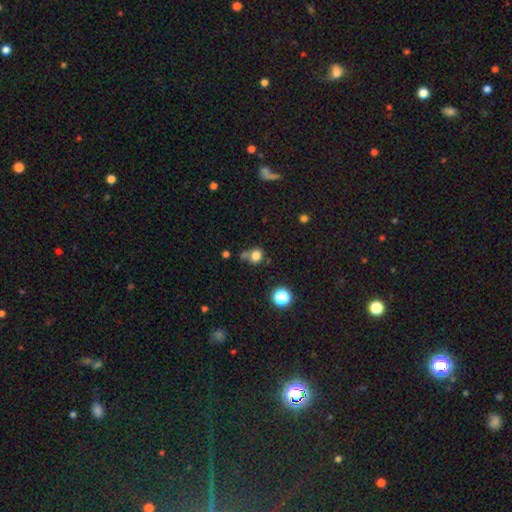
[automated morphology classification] Smooth or featured? Predicted: smooth (p=0.78). How rounded? Predicted: round (p=0.72). Merging? Predicted: none (p=0.55).